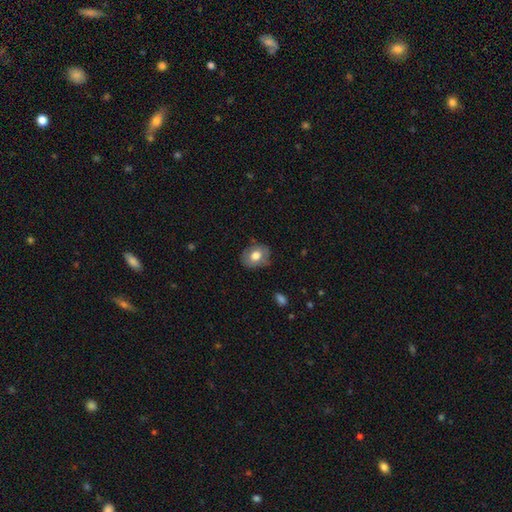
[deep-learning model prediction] Morphology: type=smooth (68%); roundness=in between (57%); merging=none (76%).